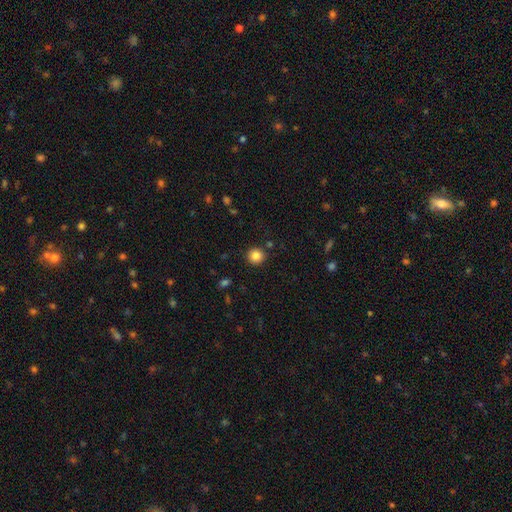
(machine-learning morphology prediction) smooth-or-featured: smooth: 85% | star or artifact: 11% | featured or disk: 5%
  how-rounded: round: 92% | in between: 8% | cigar-shaped: 1%
  merging: none: 89% | minor disturbance: 6% | merger: 2% | major disturbance: 2%